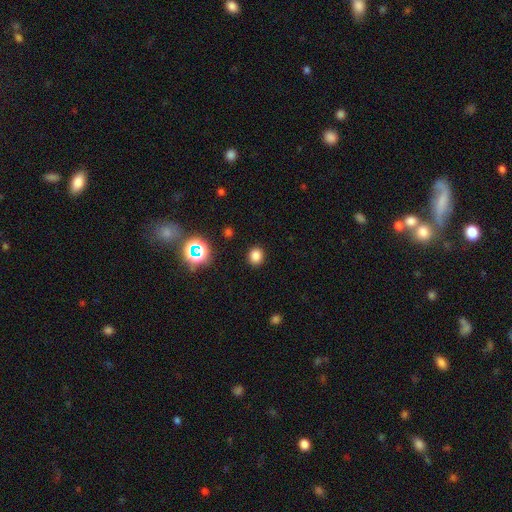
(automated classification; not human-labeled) smooth-or-featured: smooth: 80% | star or artifact: 16% | featured or disk: 4%
  how-rounded: round: 73% | in between: 26% | cigar-shaped: 1%
  merging: none: 89% | minor disturbance: 7% | major disturbance: 2% | merger: 1%